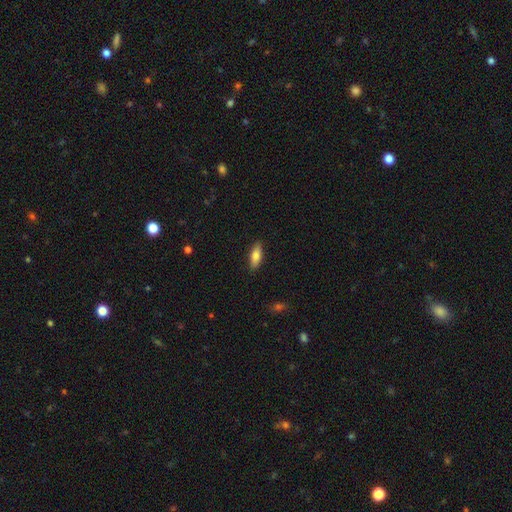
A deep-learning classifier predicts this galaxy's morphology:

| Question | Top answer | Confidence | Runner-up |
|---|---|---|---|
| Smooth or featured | smooth | 79% | featured or disk (15%) |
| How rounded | in between | 64% | cigar-shaped (34%) |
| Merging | none | 88% | minor disturbance (9%) |